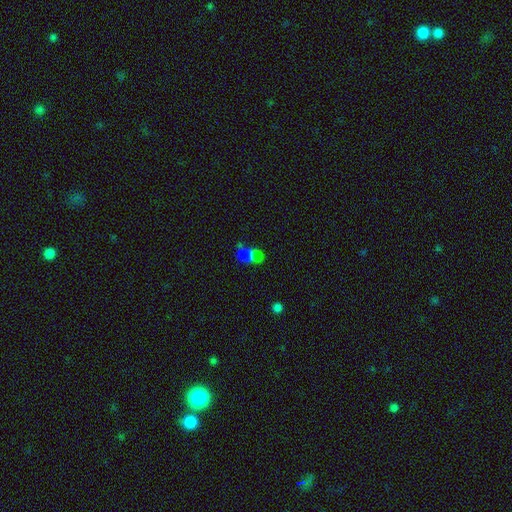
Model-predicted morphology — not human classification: Q: Smooth or featured?
A: smooth (86%); runner-up: star or artifact (8%)
Q: How rounded?
A: in between (57%); runner-up: cigar-shaped (40%)
Q: Merging?
A: none (67%); runner-up: minor disturbance (21%)